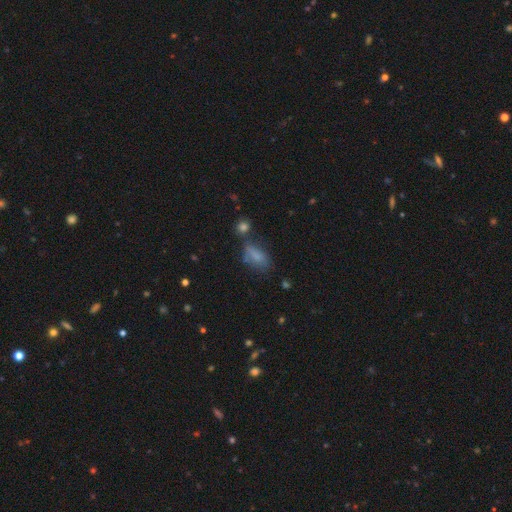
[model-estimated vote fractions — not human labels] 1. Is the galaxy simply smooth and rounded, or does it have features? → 72% smooth, 15% featured or disk, 12% star or artifact.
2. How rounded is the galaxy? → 85% in between, 8% cigar-shaped, 7% round.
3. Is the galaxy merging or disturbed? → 44% none, 26% minor disturbance, 16% major disturbance, 14% merger.